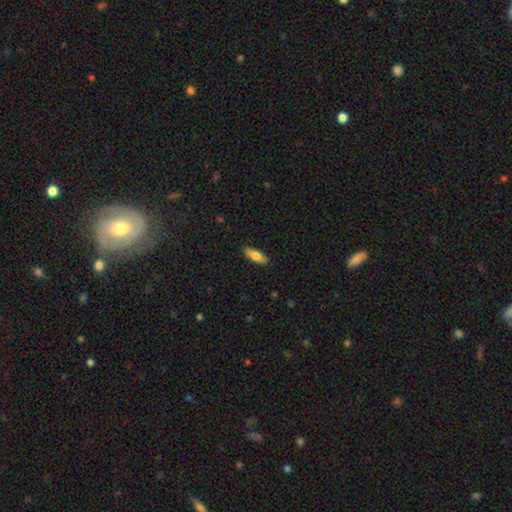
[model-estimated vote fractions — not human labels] Overall: smooth (78%). How rounded: in between (64%; cigar-shaped 34%). Merging: none (89%).